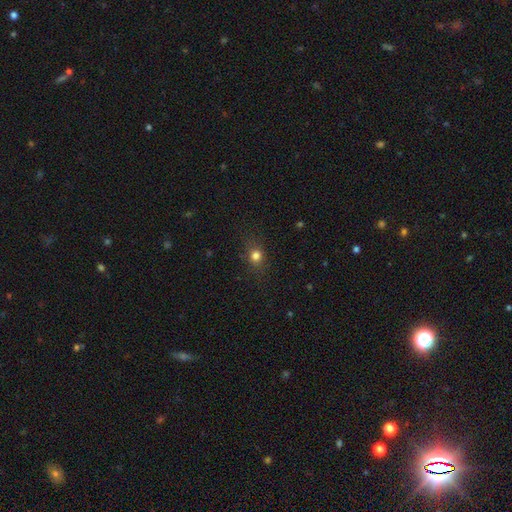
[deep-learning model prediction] Smooth or featured: smooth — 76% (star or artifact — 16%)
How rounded: round — 68% (in between — 30%)
Merging: none — 83% (minor disturbance — 12%)